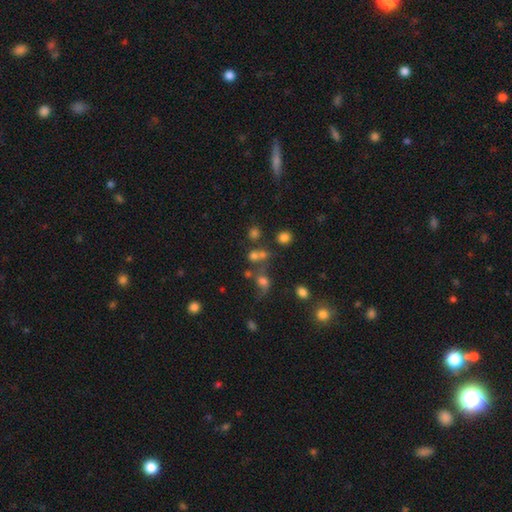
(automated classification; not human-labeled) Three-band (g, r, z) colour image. It shows a smooth galaxy with no disk features (57%) that is round (75%). Merging: none (47%).